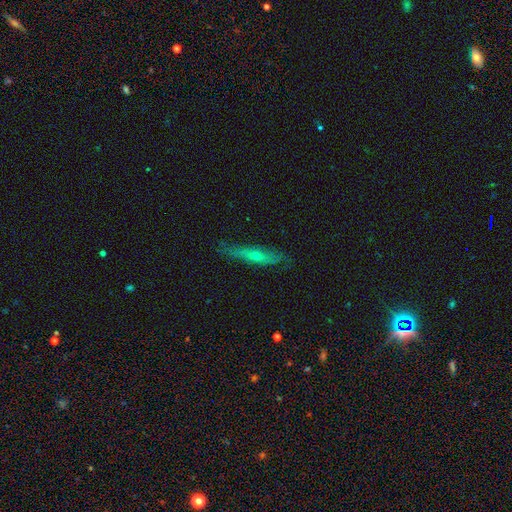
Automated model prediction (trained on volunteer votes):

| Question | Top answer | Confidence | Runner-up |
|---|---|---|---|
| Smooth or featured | featured or disk | 62% | smooth (30%) |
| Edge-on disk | yes | 85% | no (15%) |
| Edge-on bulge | rounded | 82% | none (15%) |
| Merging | none | 81% | minor disturbance (15%) |